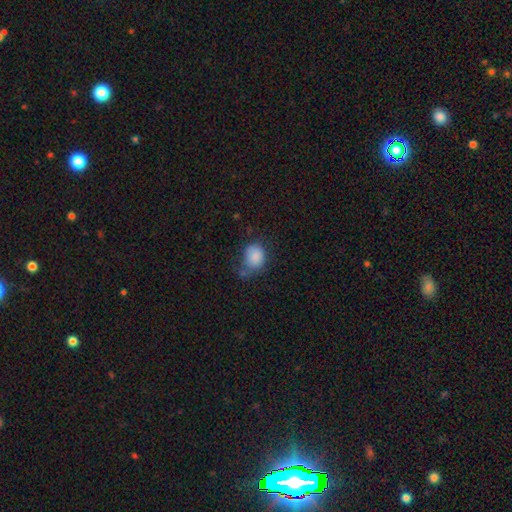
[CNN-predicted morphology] Smooth or featured: smooth — 85% (star or artifact — 10%)
How rounded: in between — 50% (round — 49%)
Merging: none — 53% (minor disturbance — 28%)